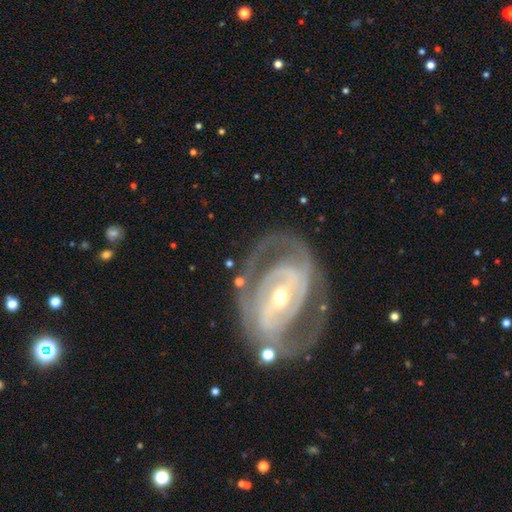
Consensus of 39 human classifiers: smooth_or_featured: featured or disk (p=0.92) [alt: smooth p=0.05]
disk_edge_on: no (p=0.92) [alt: yes p=0.08]
bar: strong (p=0.45) [alt: weak p=0.33]
has_spiral_arms: yes (p=0.94) [alt: no p=0.06]
spiral_winding: tight (p=0.48) [alt: medium p=0.39]
spiral_arm_count: 2 (p=0.74) [alt: can't tell p=0.16]
bulge_size: small (p=0.61) [alt: moderate p=0.39]
merging: none (p=0.58) [alt: major disturbance p=0.32]